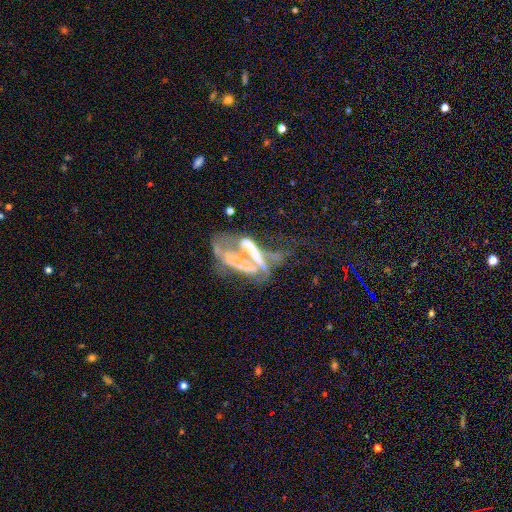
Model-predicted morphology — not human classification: featured or disk 64%, smooth 22%, star or artifact 14%. Down the decision tree: edge-on disk — no (81%); bar — no (68%); spiral arms — no (75%); bulge size — none (42%); merging — merger (47%).